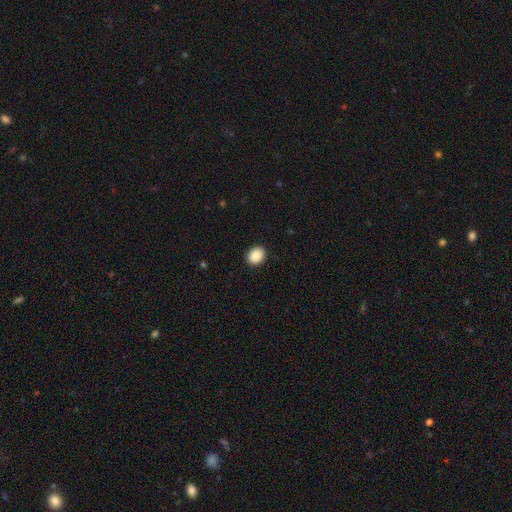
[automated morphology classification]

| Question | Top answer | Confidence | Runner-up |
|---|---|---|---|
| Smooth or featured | smooth | 89% | star or artifact (8%) |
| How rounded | round | 52% | in between (47%) |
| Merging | none | 92% | minor disturbance (6%) |